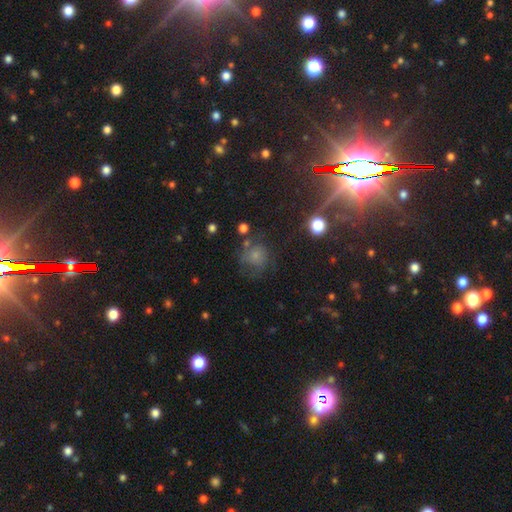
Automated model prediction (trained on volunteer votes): smooth-or-featured: smooth: 61% | featured or disk: 23% | star or artifact: 16%
  how-rounded: round: 81% | in between: 18% | cigar-shaped: 1%
  merging: none: 51% | minor disturbance: 22% | major disturbance: 21% | merger: 6%